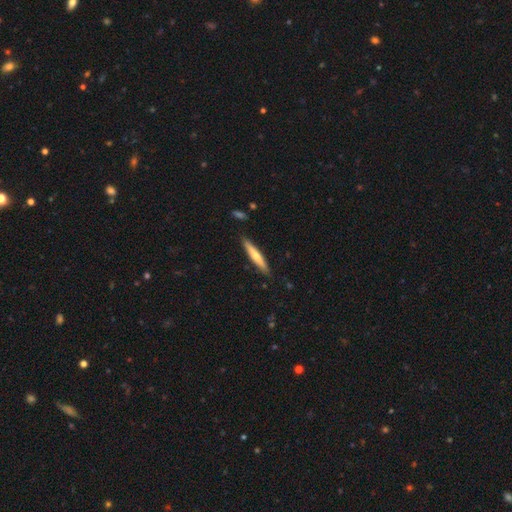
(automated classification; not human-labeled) Morphology: type=smooth (51%); roundness=cigar-shaped (92%); merging=none (88%).